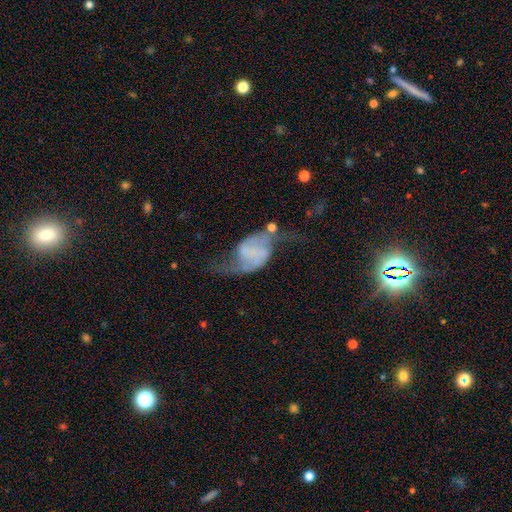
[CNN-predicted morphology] Smooth or featured?
  - featured or disk: 75% *
  - star or artifact: 13%
  - smooth: 12%
Edge-on disk?
  - no: 96% *
  - yes: 4%
Bar?
  - no: 56% *
  - weak: 29%
  - strong: 15%
Spiral arms?
  - yes: 91% *
  - no: 9%
Spiral winding?
  - loose: 71% *
  - medium: 21%
  - tight: 7%
Spiral arm count?
  - 2: 91% *
  - can't tell: 3%
  - 1: 3%
  - 3: 1%
  - 4: 1%
  - more than 4: 1%
Bulge size?
  - none: 67% *
  - small: 20%
  - moderate: 7%
  - large: 3%
  - dominant: 3%
Merging?
  - none: 50% *
  - major disturbance: 24%
  - minor disturbance: 21%
  - merger: 5%